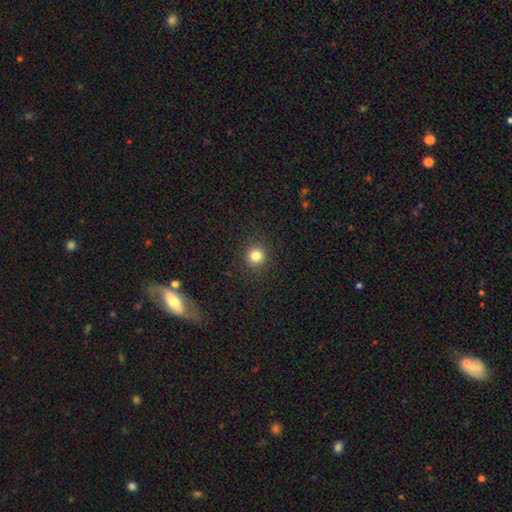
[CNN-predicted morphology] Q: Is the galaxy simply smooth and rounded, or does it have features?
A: smooth — 83%.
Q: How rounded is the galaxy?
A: round — 93%.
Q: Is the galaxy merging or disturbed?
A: none — 91%.